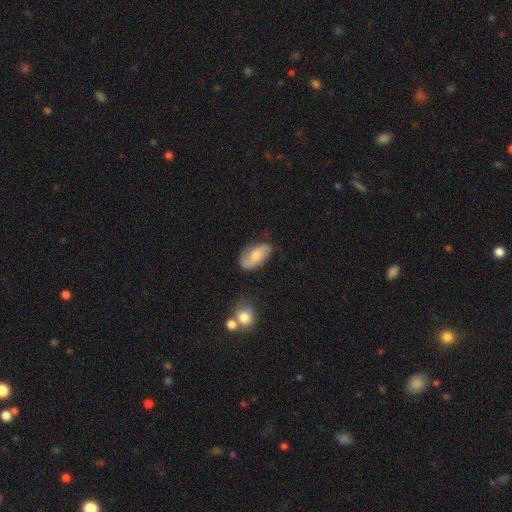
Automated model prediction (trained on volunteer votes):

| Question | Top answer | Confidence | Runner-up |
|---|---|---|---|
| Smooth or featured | featured or disk | 47% | smooth (46%) |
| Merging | none | 71% | minor disturbance (20%) |